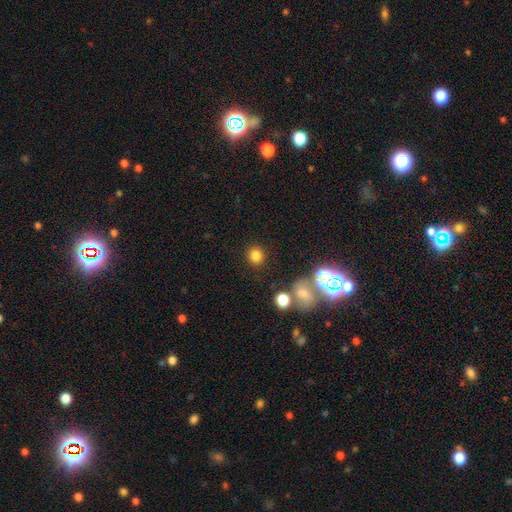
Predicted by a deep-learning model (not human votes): Q: Smooth or featured?
A: smooth (81%); runner-up: star or artifact (14%)
Q: How rounded?
A: round (88%); runner-up: in between (11%)
Q: Merging?
A: none (86%); runner-up: minor disturbance (7%)